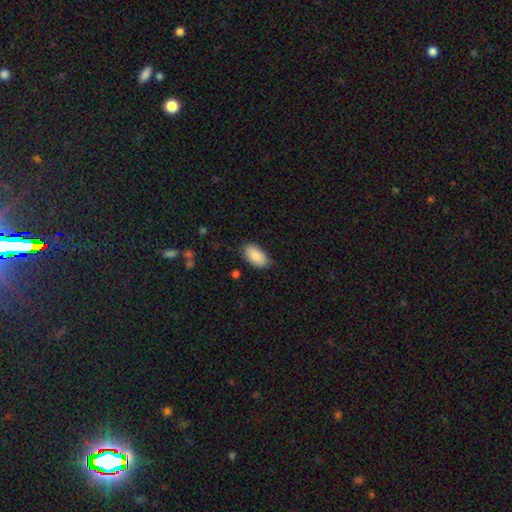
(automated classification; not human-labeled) smooth-or-featured: smooth: 89% | star or artifact: 6% | featured or disk: 5%
  how-rounded: in between: 95% | round: 3% | cigar-shaped: 2%
  merging: none: 82% | minor disturbance: 14% | major disturbance: 3% | merger: 1%